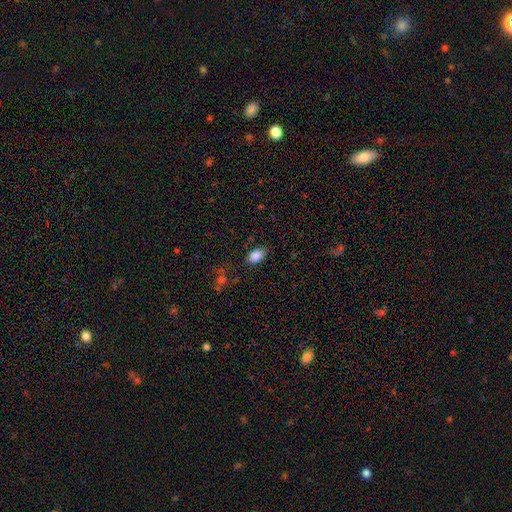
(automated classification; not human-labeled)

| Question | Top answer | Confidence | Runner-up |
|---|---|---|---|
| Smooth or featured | smooth | 86% | star or artifact (9%) |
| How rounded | in between | 89% | round (10%) |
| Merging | none | 80% | minor disturbance (14%) |